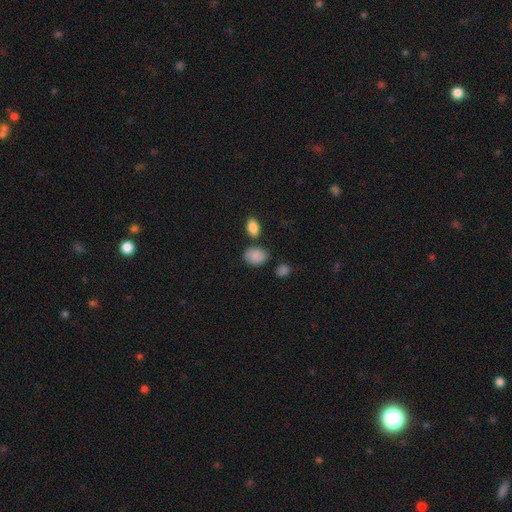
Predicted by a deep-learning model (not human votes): Smooth or featured: smooth — 86% (star or artifact — 8%)
How rounded: in between — 75% (round — 24%)
Merging: none — 70% (minor disturbance — 17%)